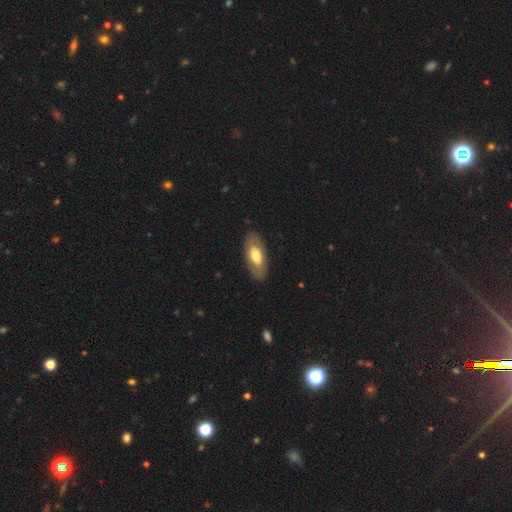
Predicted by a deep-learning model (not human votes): Overall: smooth (59%; featured or disk 36%). How rounded: in between (87%). Merging: none (85%).